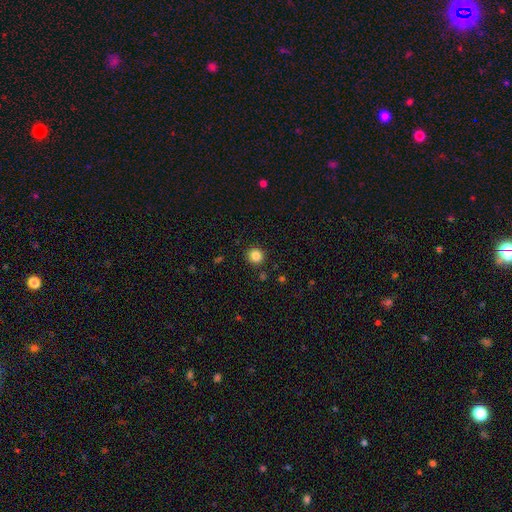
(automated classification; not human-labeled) A smooth galaxy with no disk features (85%) that is round (91%). Merging: none (89%).